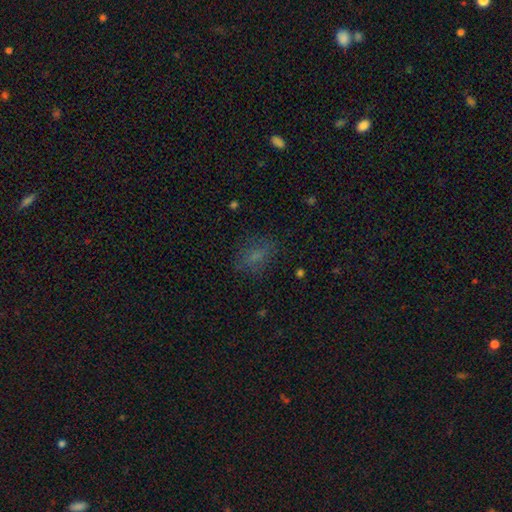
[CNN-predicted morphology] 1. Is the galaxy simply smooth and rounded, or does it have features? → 63% smooth, 21% star or artifact, 16% featured or disk.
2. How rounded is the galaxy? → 69% in between, 27% round, 4% cigar-shaped.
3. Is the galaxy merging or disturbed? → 71% none, 17% minor disturbance, 10% major disturbance, 2% merger.